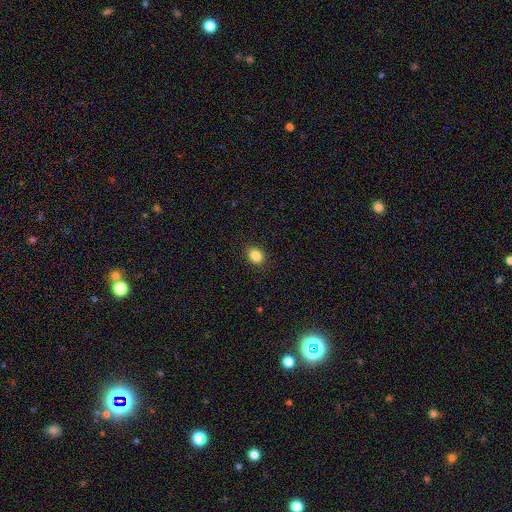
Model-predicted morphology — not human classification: Smooth or featured: smooth — 86% (star or artifact — 10%)
How rounded: in between — 53% (round — 46%)
Merging: none — 90% (minor disturbance — 7%)